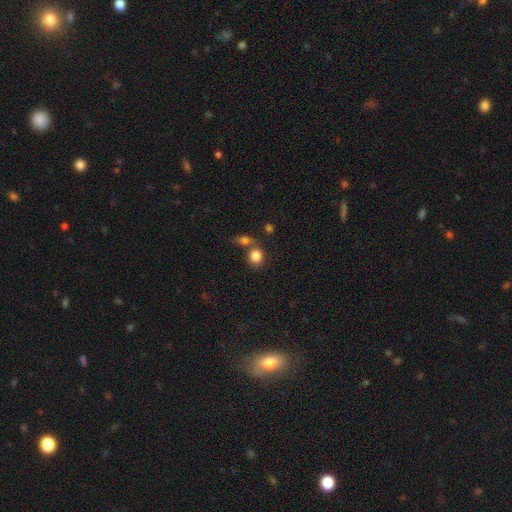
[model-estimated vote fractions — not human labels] Smooth or featured?
  - smooth: 84% *
  - star or artifact: 10%
  - featured or disk: 7%
How rounded?
  - round: 70% *
  - in between: 28%
  - cigar-shaped: 1%
Merging?
  - none: 52% *
  - merger: 32%
  - minor disturbance: 11%
  - major disturbance: 5%